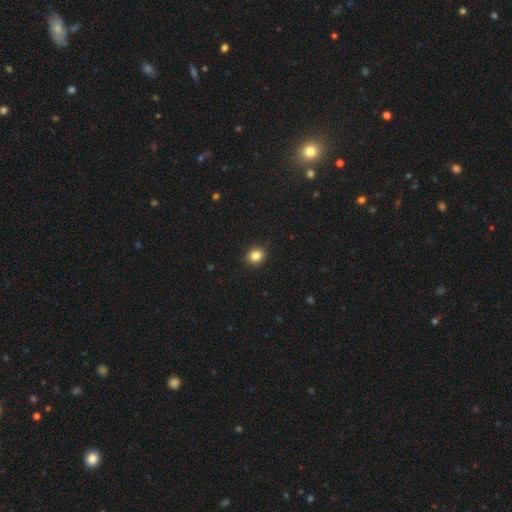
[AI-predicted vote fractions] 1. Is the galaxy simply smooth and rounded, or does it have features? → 84% smooth, 11% star or artifact, 5% featured or disk.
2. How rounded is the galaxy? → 77% round, 22% in between, 1% cigar-shaped.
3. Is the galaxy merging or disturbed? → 92% none, 6% minor disturbance, 2% major disturbance, 1% merger.